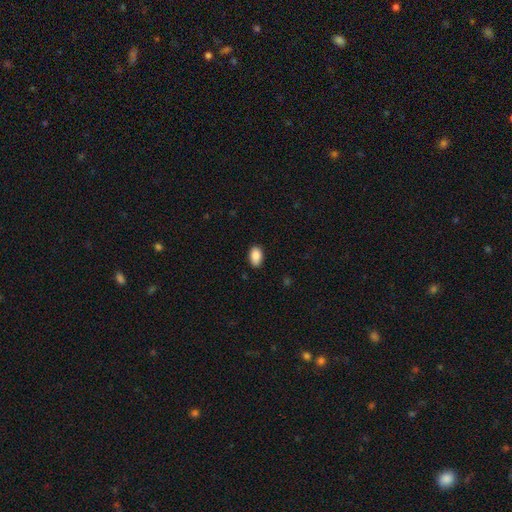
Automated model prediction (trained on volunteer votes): A smooth galaxy with no disk features (89%) that is in between round and cigar-shaped (92%).

Vote fractions:
- Smooth or featured? smooth: 89% / star or artifact: 7% / featured or disk: 4%
- How rounded? in between: 92% / round: 7% / cigar-shaped: 1%
- Merging? none: 87% / minor disturbance: 10% / major disturbance: 2% / merger: 1%